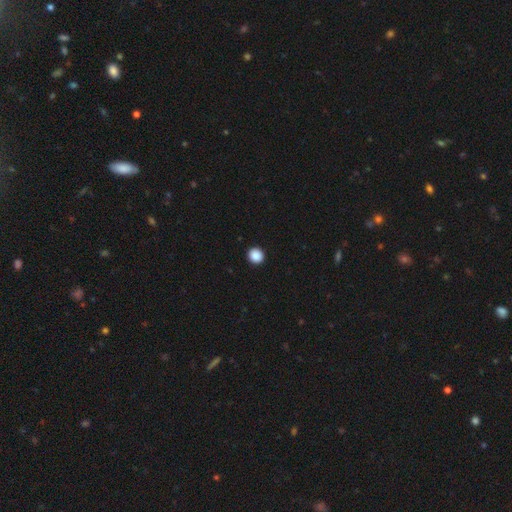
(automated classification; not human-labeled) Smooth or featured? Predicted: smooth (p=0.89). How rounded? Predicted: round (p=0.92). Merging? Predicted: none (p=0.94).